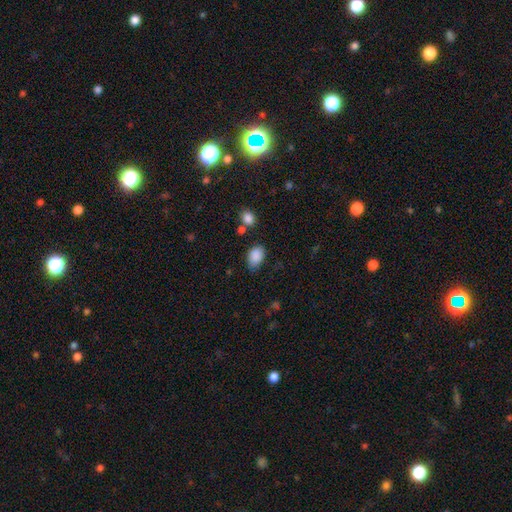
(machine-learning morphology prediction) smooth_or_featured: smooth (p=0.88) [alt: star or artifact p=0.08]
how_rounded: in between (p=0.85) [alt: round p=0.14]
merging: none (p=0.67) [alt: minor disturbance p=0.22]